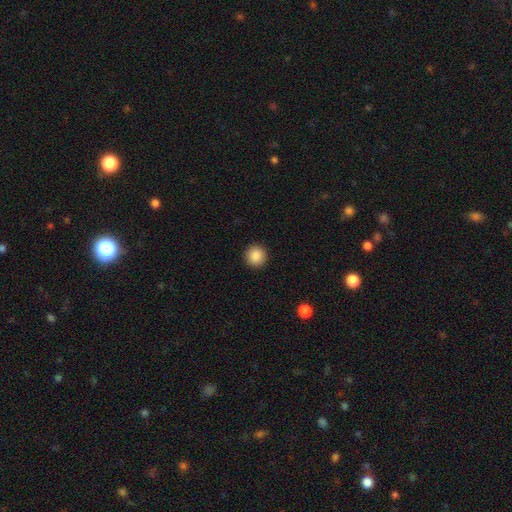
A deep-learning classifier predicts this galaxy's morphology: A smooth galaxy with no disk features (88%) that is round (94%).

Vote fractions:
- Smooth or featured? smooth: 88% / star or artifact: 9% / featured or disk: 3%
- How rounded? round: 94% / in between: 5% / cigar-shaped: 1%
- Merging? none: 93% / minor disturbance: 4% / major disturbance: 2% / merger: 1%